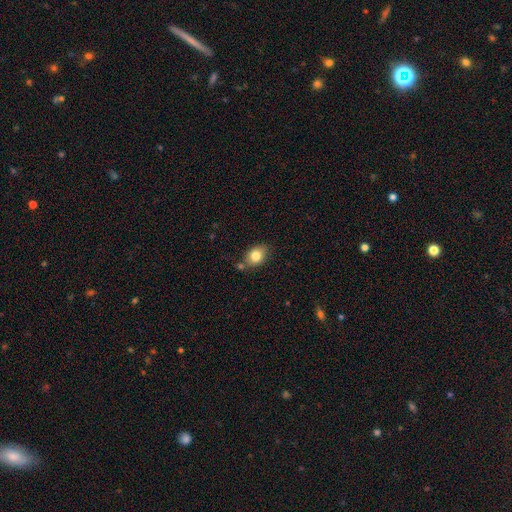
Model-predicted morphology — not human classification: This is clearly a smooth galaxy (82%). How rounded: likely in between (64%). Merging: likely none (69%).